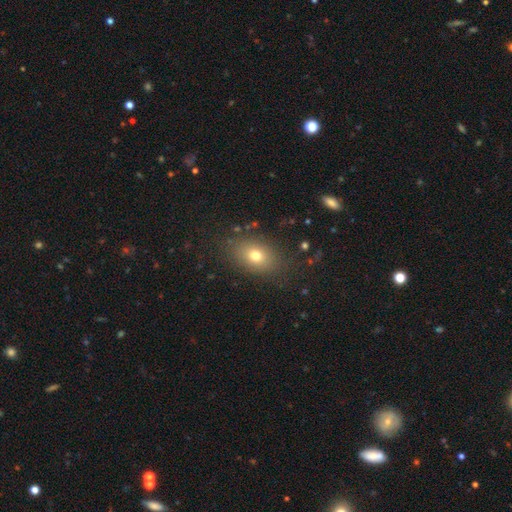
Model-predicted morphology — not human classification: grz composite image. It shows a smooth galaxy with no disk features (74%) that is in between round and cigar-shaped (73%). Merging: none (83%).